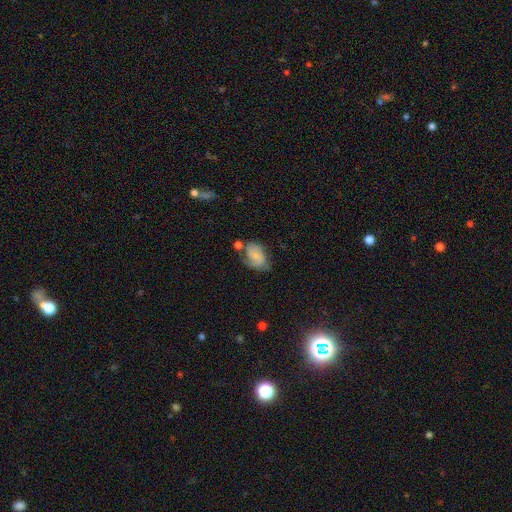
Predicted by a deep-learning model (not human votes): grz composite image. It shows a featured or disk galaxy (57%) with no bar (62%), spiral arms (88%) and a small central bulge (54%). Merging: none (47%).